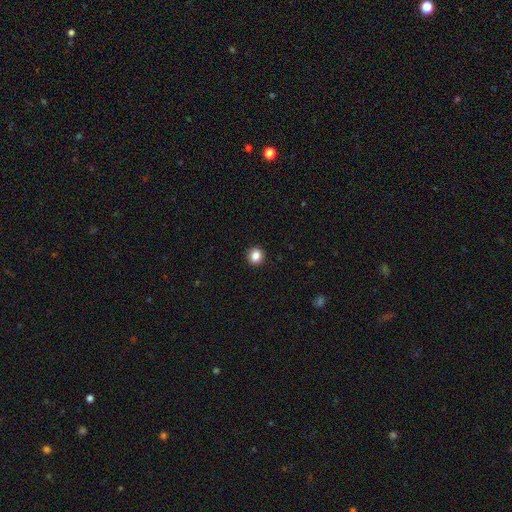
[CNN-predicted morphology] Smooth or featured?
  - smooth: 85% *
  - star or artifact: 10%
  - featured or disk: 5%
How rounded?
  - round: 85% *
  - in between: 14%
  - cigar-shaped: 1%
Merging?
  - none: 92% *
  - minor disturbance: 5%
  - major disturbance: 2%
  - merger: 1%